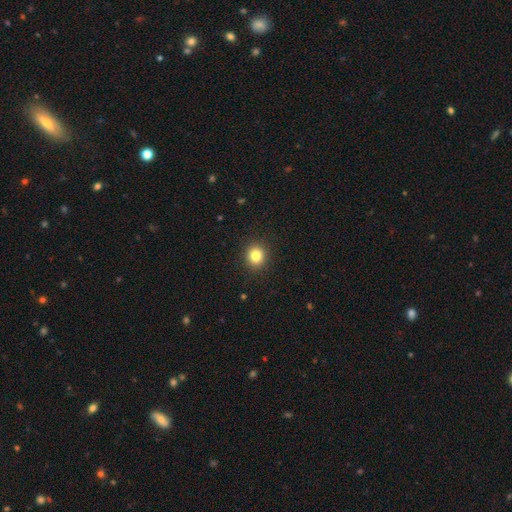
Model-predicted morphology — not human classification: Smooth or featured: smooth — 83% (star or artifact — 11%)
How rounded: round — 86% (in between — 13%)
Merging: none — 91% (minor disturbance — 6%)